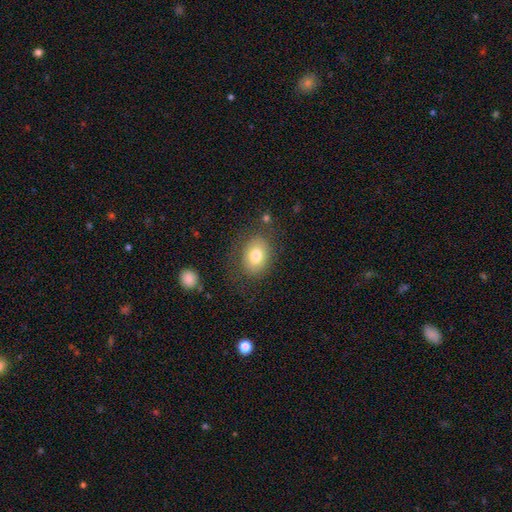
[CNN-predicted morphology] Smooth or featured: smooth — 77% (featured or disk — 15%)
How rounded: in between — 69% (round — 30%)
Merging: none — 77% (minor disturbance — 14%)